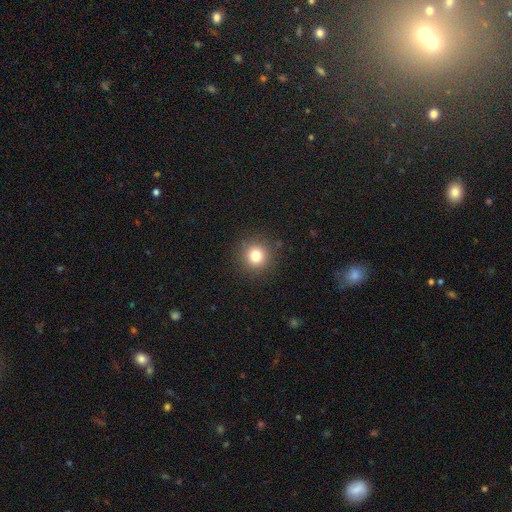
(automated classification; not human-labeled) This is likely a smooth galaxy (80%). How rounded: clearly round (94%). Merging: clearly none (90%).